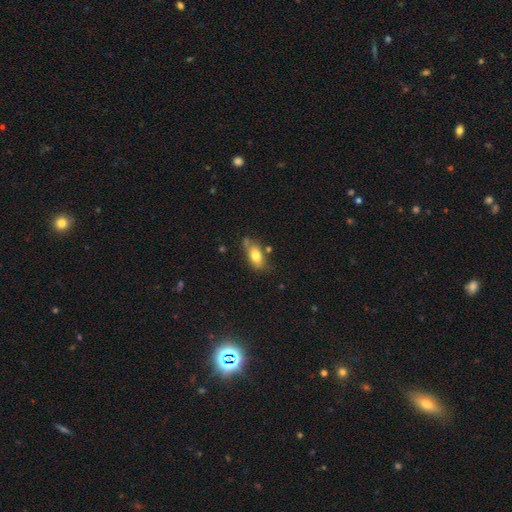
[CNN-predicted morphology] Q: Smooth or featured?
A: smooth (76%); runner-up: featured or disk (16%)
Q: How rounded?
A: in between (87%); runner-up: cigar-shaped (8%)
Q: Merging?
A: none (62%); runner-up: minor disturbance (22%)